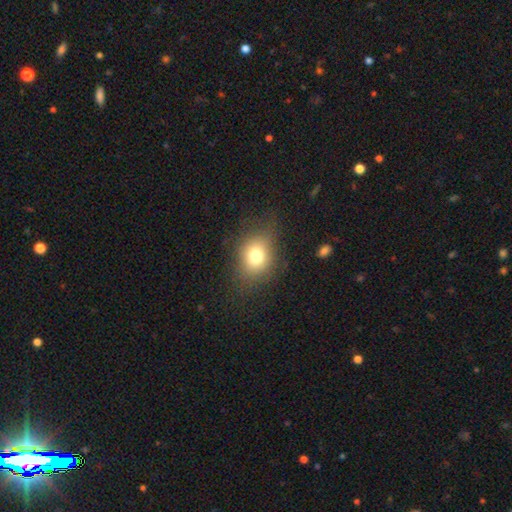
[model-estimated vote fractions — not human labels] A smooth galaxy with no disk features (74%) that is round (55%).

Vote fractions:
- Smooth or featured? smooth: 74% / star or artifact: 13% / featured or disk: 13%
- How rounded? round: 55% / in between: 44% / cigar-shaped: 1%
- Merging? none: 74% / minor disturbance: 17% / major disturbance: 8% / merger: 1%